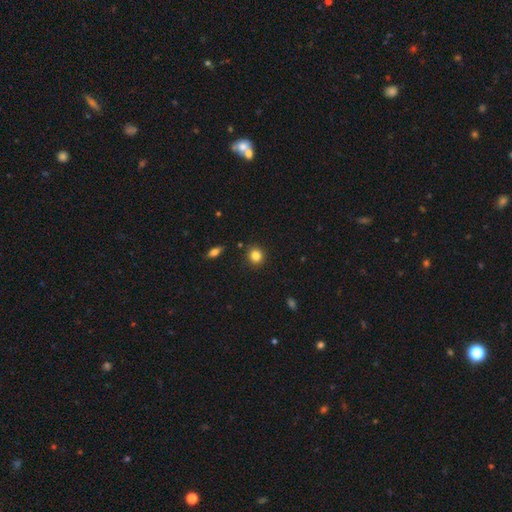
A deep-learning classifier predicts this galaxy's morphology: The model was most divided on "how rounded": round: 85%, in between: 14%, cigar-shaped: 1%. More confident: merging — none (88%); smooth or featured — smooth (84%).